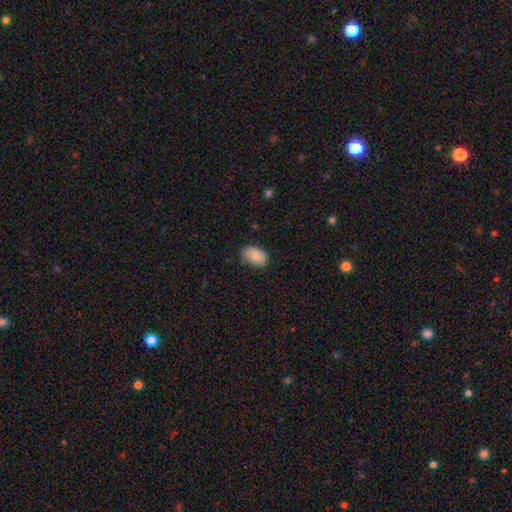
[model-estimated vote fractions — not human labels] smooth-or-featured: smooth: 82% | featured or disk: 11% | star or artifact: 7%
  how-rounded: in between: 88% | round: 11% | cigar-shaped: 1%
  merging: none: 69% | minor disturbance: 25% | major disturbance: 4% | merger: 1%